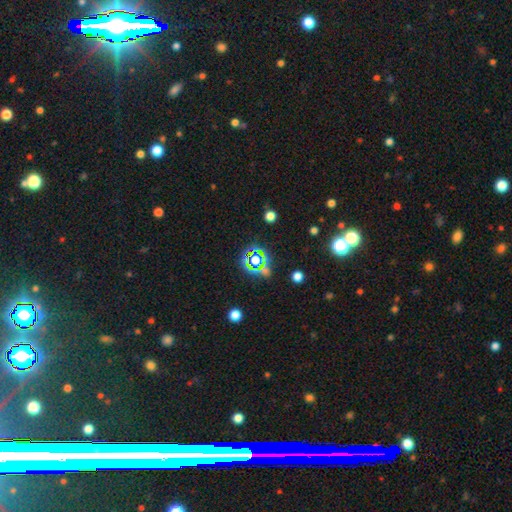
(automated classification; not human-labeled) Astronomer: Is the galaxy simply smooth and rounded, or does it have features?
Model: star or artifact — 65%.